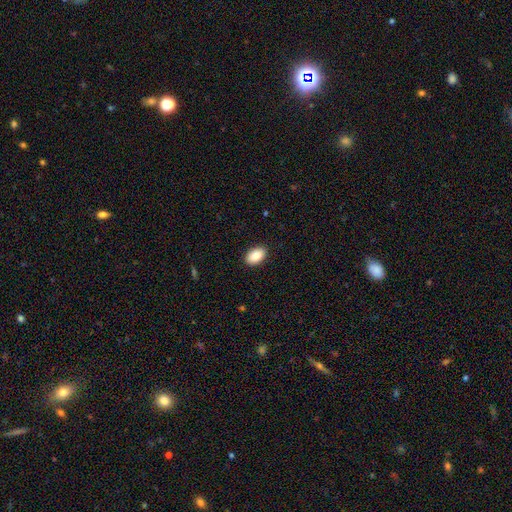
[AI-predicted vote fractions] smooth 89%, star or artifact 7%, featured or disk 4%. Down the decision tree: how rounded — in between (92%); merging — none (90%).